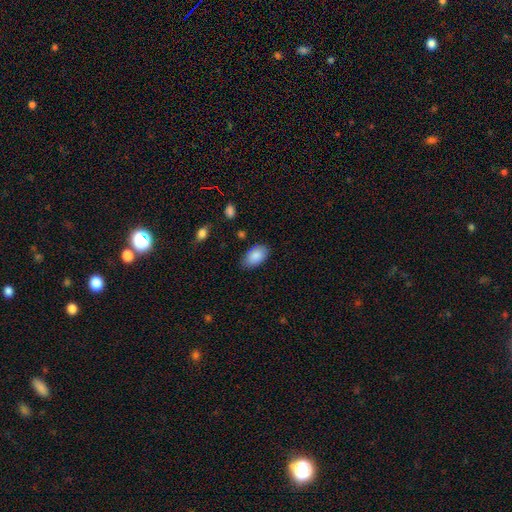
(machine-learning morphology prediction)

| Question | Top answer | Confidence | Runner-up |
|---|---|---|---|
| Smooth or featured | smooth | 87% | featured or disk (7%) |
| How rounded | in between | 93% | round (5%) |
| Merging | none | 78% | minor disturbance (17%) |